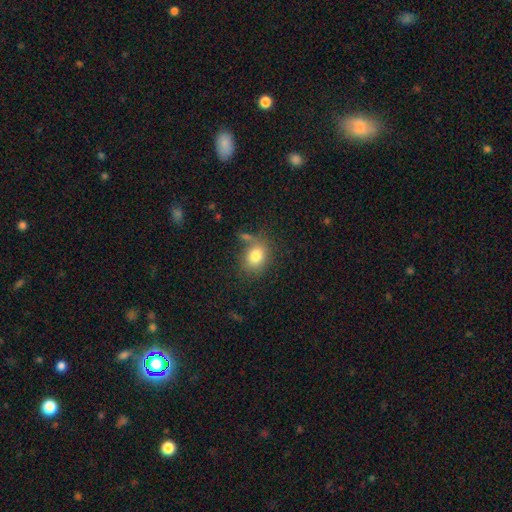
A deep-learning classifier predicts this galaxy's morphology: This is clearly a smooth galaxy (80%). How rounded: possibly in between (52%). Merging: likely none (66%).